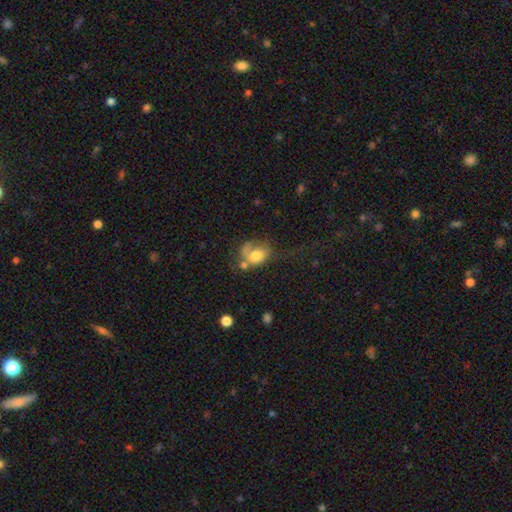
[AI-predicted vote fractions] Overall: smooth (63%; featured or disk 28%). How rounded: in between (62%; round 37%). Merging: major disturbance (36%; none 24%).